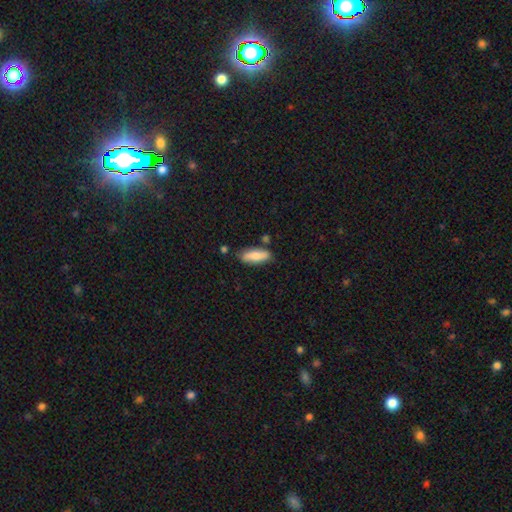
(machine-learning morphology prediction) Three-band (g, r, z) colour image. It shows a smooth galaxy with no disk features (72%) that is in between round and cigar-shaped (63%). Merging: none (76%).